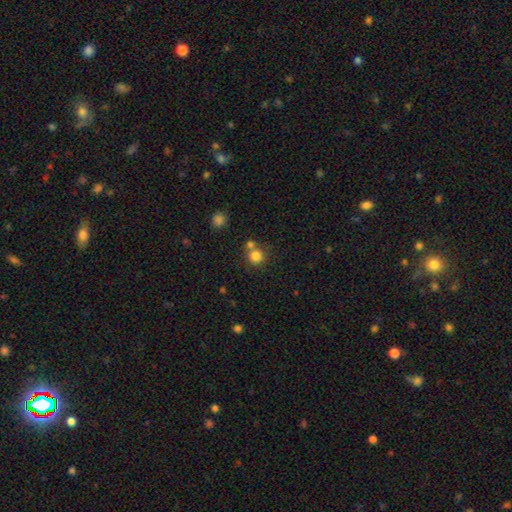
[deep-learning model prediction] This appears to be a smooth galaxy with no disk features (81%) that is round (92%). Merging: none (64%).